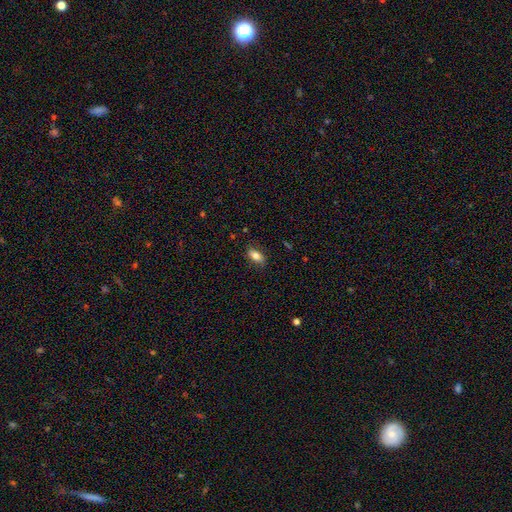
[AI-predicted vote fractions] Smooth or featured: smooth — 81% (featured or disk — 12%)
How rounded: in between — 87% (cigar-shaped — 8%)
Merging: none — 84% (minor disturbance — 12%)